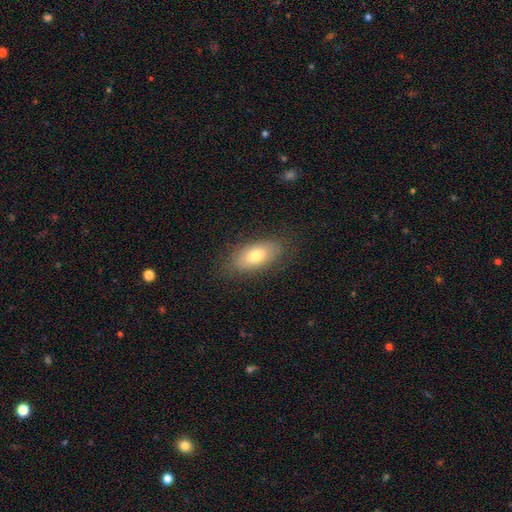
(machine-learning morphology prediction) This is likely a smooth galaxy (74%). How rounded: clearly in between (88%). Merging: clearly none (82%).